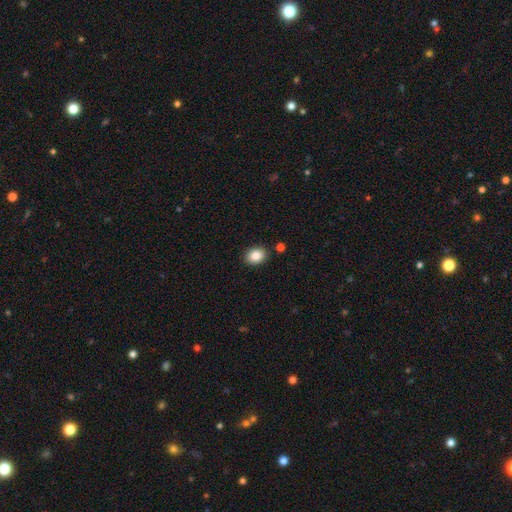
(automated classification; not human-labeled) A smooth galaxy with no disk features (86%) that is in between round and cigar-shaped (64%).

Vote fractions:
- Smooth or featured? smooth: 86% / star or artifact: 8% / featured or disk: 6%
- How rounded? in between: 64% / round: 35% / cigar-shaped: 1%
- Merging? none: 88% / minor disturbance: 8% / merger: 2% / major disturbance: 2%